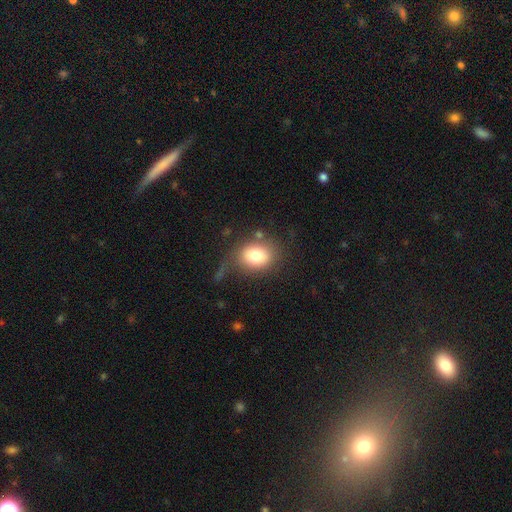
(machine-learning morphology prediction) This appears to be a smooth galaxy with no disk features (78%) that is in between round and cigar-shaped (55%). Merging: none (65%).